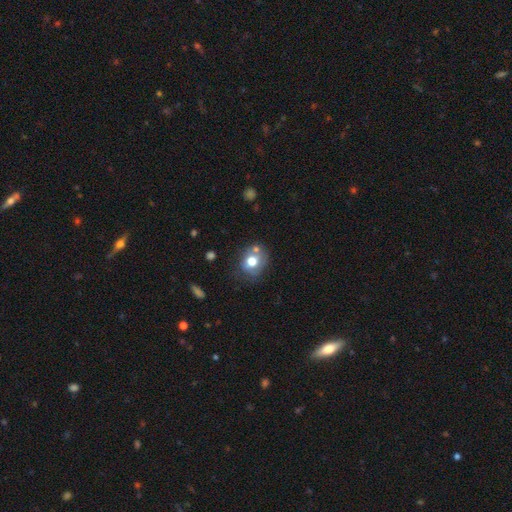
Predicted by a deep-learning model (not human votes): smooth_or_featured: smooth (p=0.64) [alt: featured or disk p=0.23]
how_rounded: round (p=0.69) [alt: in between p=0.30]
merging: none (p=0.57) [alt: minor disturbance p=0.18]